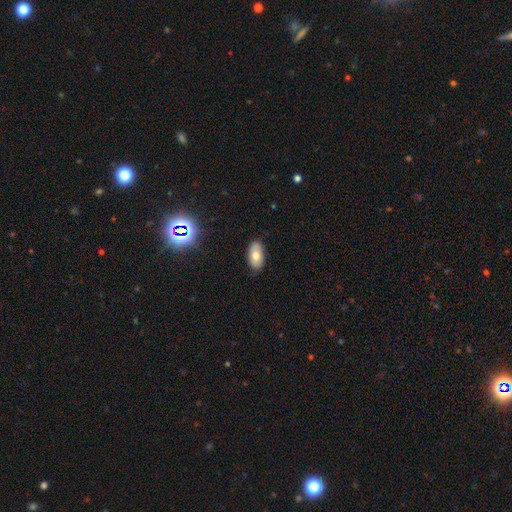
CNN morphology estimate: type=smooth (70%); roundness=in between (94%); merging=none (82%).